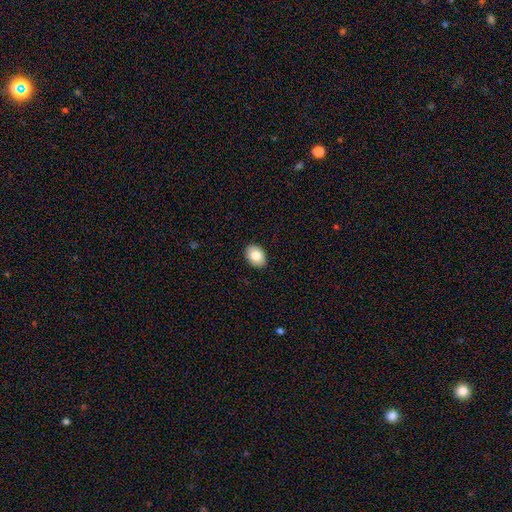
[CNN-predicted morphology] smooth-or-featured: smooth: 81% | featured or disk: 12% | star or artifact: 7%
  how-rounded: in between: 74% | round: 25% | cigar-shaped: 1%
  merging: none: 90% | minor disturbance: 7% | major disturbance: 2% | merger: 1%